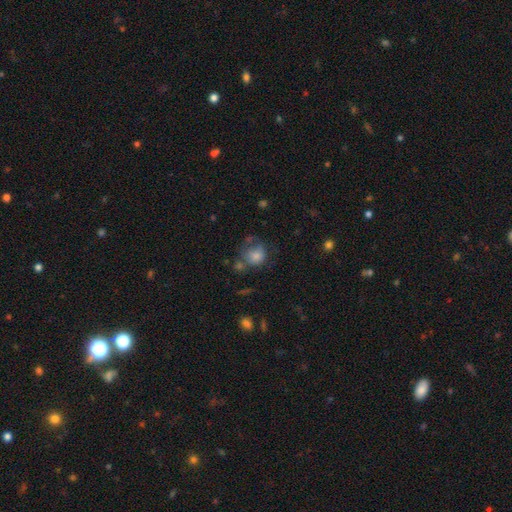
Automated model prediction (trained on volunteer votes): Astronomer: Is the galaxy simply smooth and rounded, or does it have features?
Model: smooth — 74%.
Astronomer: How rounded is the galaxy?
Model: round — 73%.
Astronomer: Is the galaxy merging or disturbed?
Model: none — 40% (runner-up: minor disturbance, 24%).